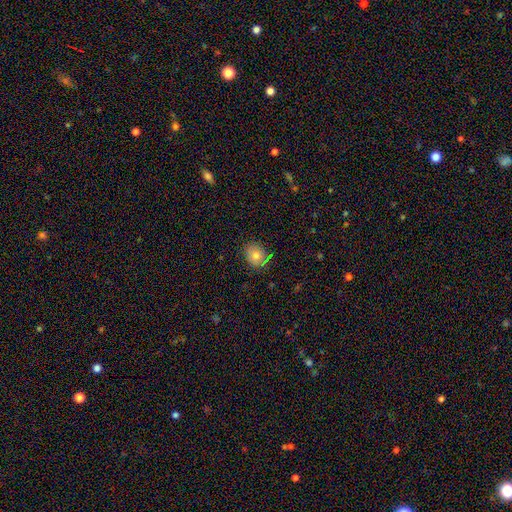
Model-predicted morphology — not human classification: Smooth or featured? smooth (70%)
How rounded? round (65%)
Merging? none (77%)